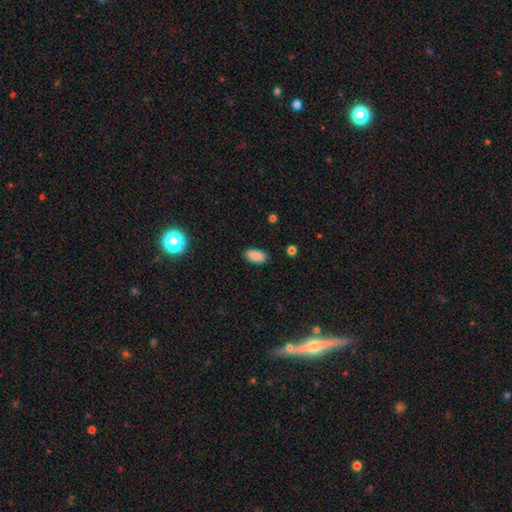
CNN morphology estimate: The model was most divided on "merging": none: 87%, minor disturbance: 10%, major disturbance: 2%, merger: 1%. More confident: how rounded — in between (93%); smooth or featured — smooth (88%).